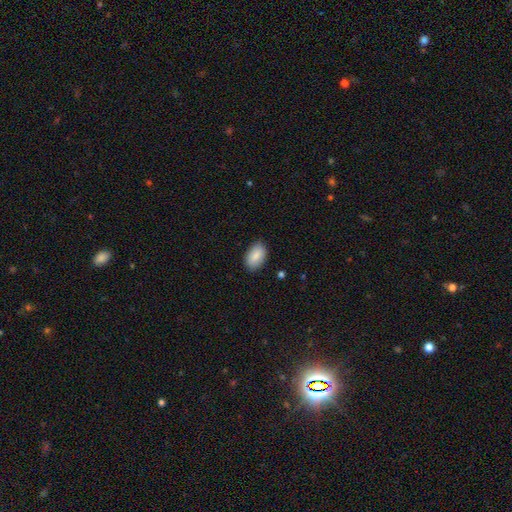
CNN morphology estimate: Q: Smooth or featured?
A: smooth (86%); runner-up: featured or disk (8%)
Q: How rounded?
A: in between (93%); runner-up: round (6%)
Q: Merging?
A: none (86%); runner-up: minor disturbance (11%)